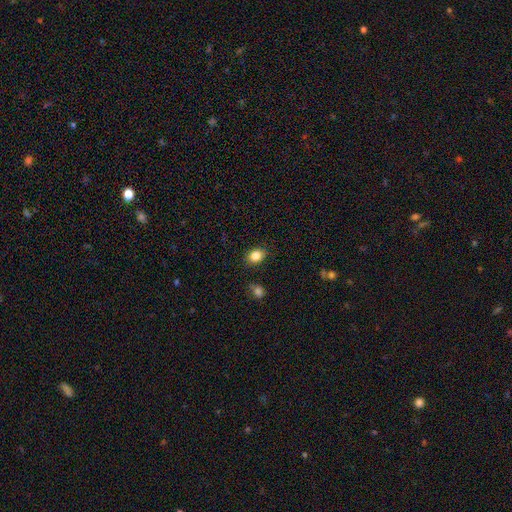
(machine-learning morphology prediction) The model was most divided on "how rounded": in between: 63%, round: 36%, cigar-shaped: 1%. More confident: merging — none (85%); smooth or featured — smooth (83%).